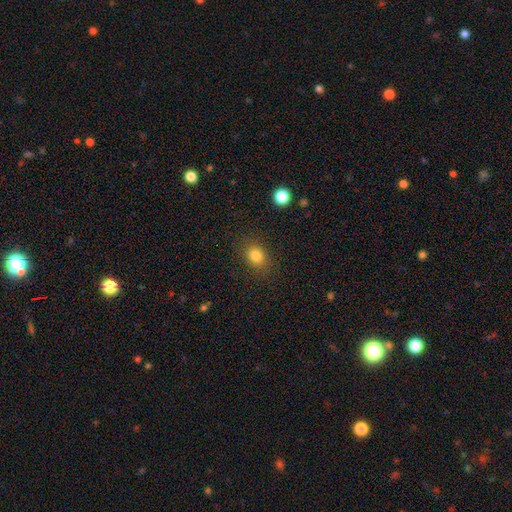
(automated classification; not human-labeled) smooth-or-featured: smooth: 82% | star or artifact: 11% | featured or disk: 7%
  how-rounded: in between: 52% | round: 47% | cigar-shaped: 1%
  merging: none: 85% | minor disturbance: 10% | major disturbance: 3% | merger: 1%